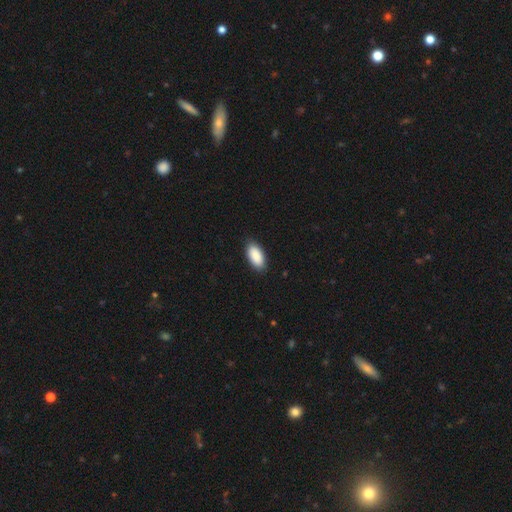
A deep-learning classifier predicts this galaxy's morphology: Smooth or featured: smooth — 91% (star or artifact — 6%)
How rounded: in between — 93% (cigar-shaped — 5%)
Merging: none — 88% (minor disturbance — 10%)